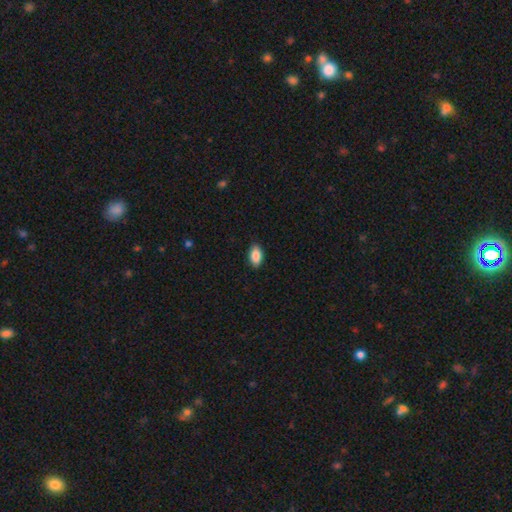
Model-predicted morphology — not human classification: Smooth or featured?
  - smooth: 88% *
  - star or artifact: 7%
  - featured or disk: 5%
How rounded?
  - in between: 93% *
  - round: 5%
  - cigar-shaped: 3%
Merging?
  - none: 89% *
  - minor disturbance: 9%
  - major disturbance: 2%
  - merger: 1%